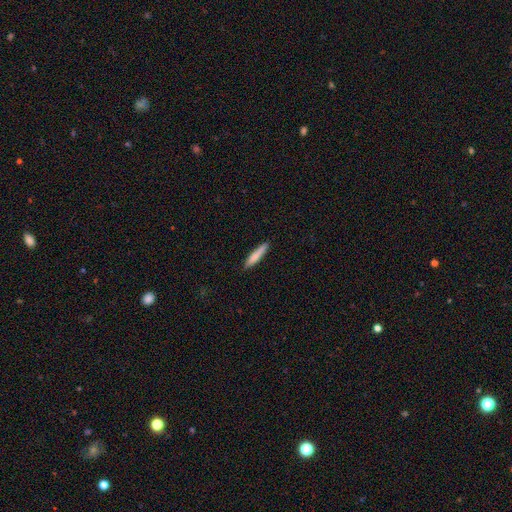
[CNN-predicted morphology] A smooth galaxy with no disk features (80%) that is cigar-shaped (90%).

Vote fractions:
- Smooth or featured? smooth: 80% / featured or disk: 15% / star or artifact: 6%
- How rounded? cigar-shaped: 90% / in between: 8% / round: 1%
- Merging? none: 87% / minor disturbance: 10% / major disturbance: 2% / merger: 1%